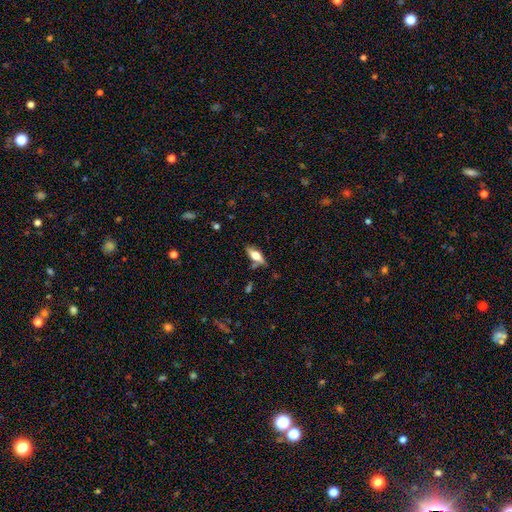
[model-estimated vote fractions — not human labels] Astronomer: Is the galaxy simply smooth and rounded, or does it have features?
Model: smooth — 56% (runner-up: featured or disk, 37%).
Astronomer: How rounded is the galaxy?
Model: in between — 67%.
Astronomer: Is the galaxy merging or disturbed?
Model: none — 72%.